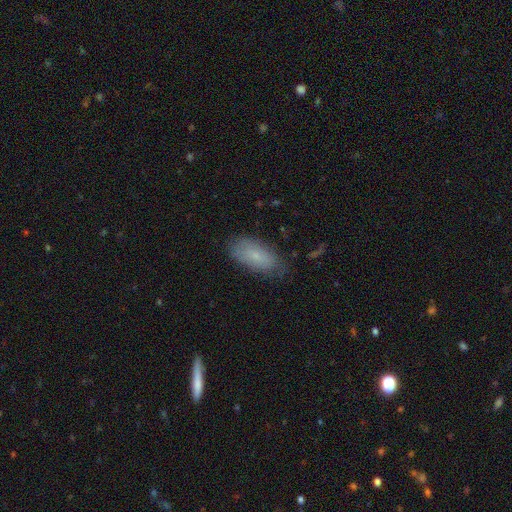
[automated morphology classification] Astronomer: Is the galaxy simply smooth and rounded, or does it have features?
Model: smooth — 70%.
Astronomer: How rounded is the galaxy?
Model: in between — 90%.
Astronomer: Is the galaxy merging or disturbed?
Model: none — 73%.